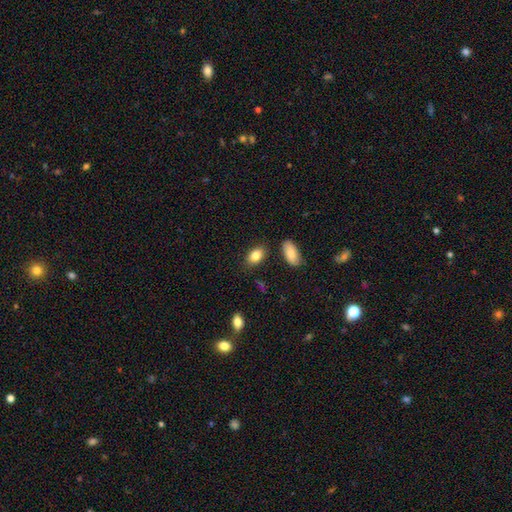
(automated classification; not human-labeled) smooth 84%, featured or disk 9%, star or artifact 8%. Down the decision tree: how rounded — in between (87%); merging — none (82%).